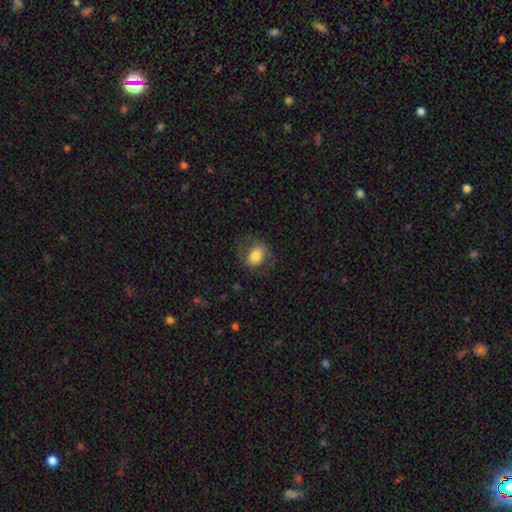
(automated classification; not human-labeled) Smooth or featured: smooth — 60% (featured or disk — 32%)
How rounded: in between — 60% (round — 38%)
Merging: none — 67% (minor disturbance — 18%)